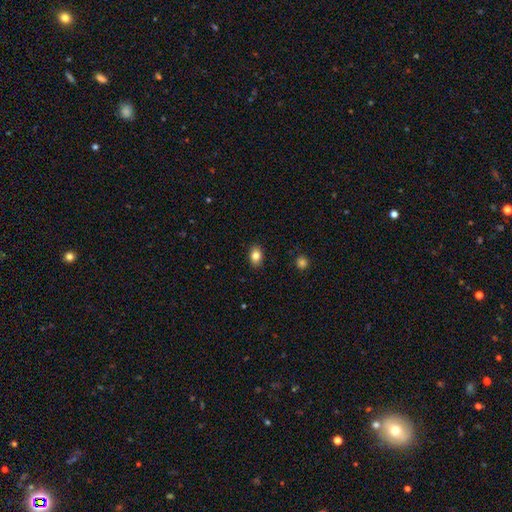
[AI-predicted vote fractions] Morphology: type=smooth (84%); roundness=in between (74%); merging=none (88%).